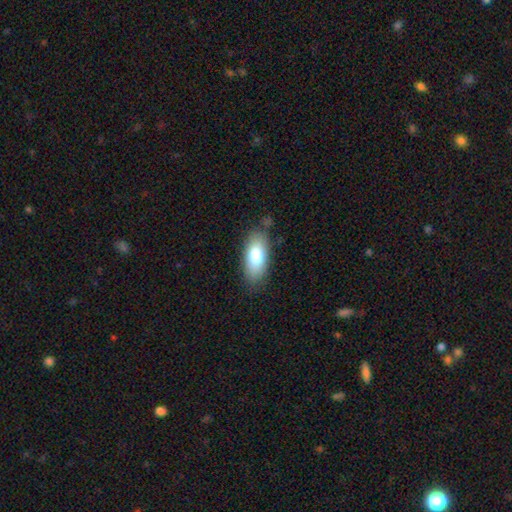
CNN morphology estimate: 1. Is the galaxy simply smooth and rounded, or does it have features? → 78% smooth, 15% featured or disk, 7% star or artifact.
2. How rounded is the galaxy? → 84% in between, 13% cigar-shaped, 3% round.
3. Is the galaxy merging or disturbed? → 79% none, 15% minor disturbance, 4% major disturbance, 2% merger.